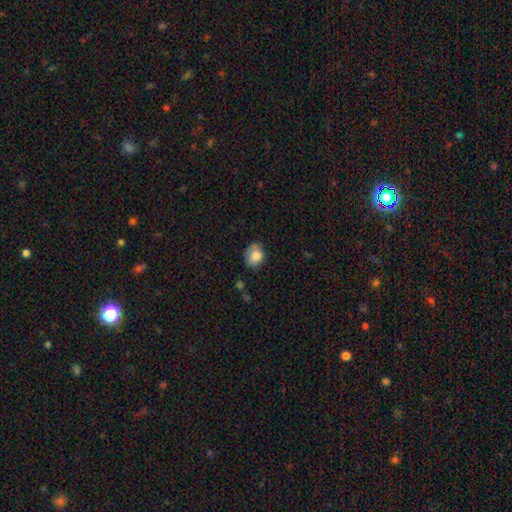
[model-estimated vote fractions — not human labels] A smooth galaxy with no disk features (80%) that is in between round and cigar-shaped (51%).

Vote fractions:
- Smooth or featured? smooth: 80% / featured or disk: 11% / star or artifact: 8%
- How rounded? in between: 51% / round: 48% / cigar-shaped: 1%
- Merging? none: 56% / minor disturbance: 32% / major disturbance: 10% / merger: 3%